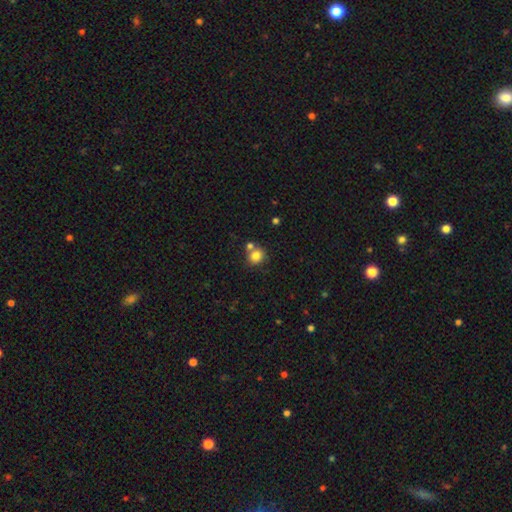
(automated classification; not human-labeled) The model was most divided on "merging": none: 59%, merger: 28%, minor disturbance: 10%, major disturbance: 3%. More confident: how rounded — round (82%); smooth or featured — smooth (81%).